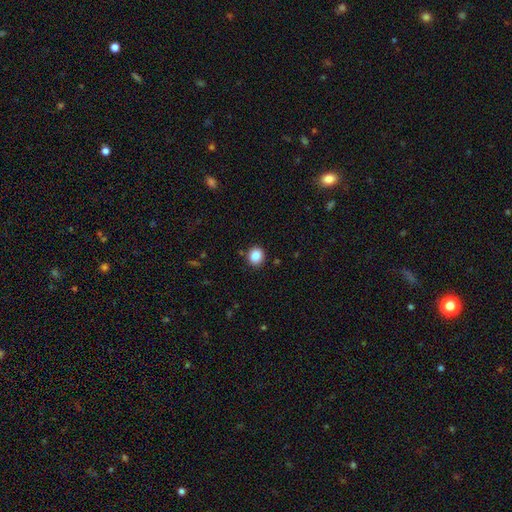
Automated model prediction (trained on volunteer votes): smooth_or_featured: smooth (p=0.87) [alt: star or artifact p=0.09]
how_rounded: round (p=0.76) [alt: in between p=0.23]
merging: none (p=0.89) [alt: minor disturbance p=0.07]